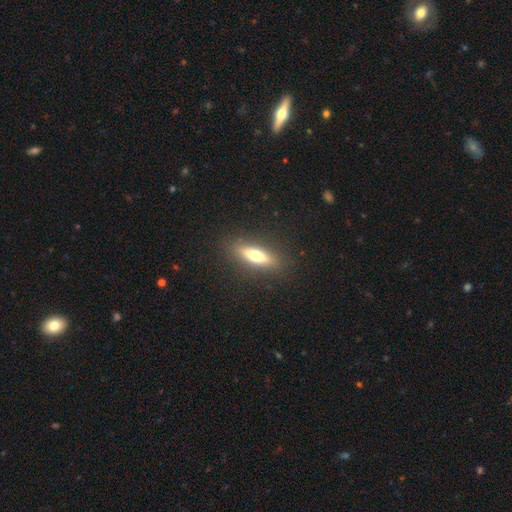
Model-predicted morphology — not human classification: This appears to be a smooth galaxy with no disk features (53%) that is cigar-shaped (65%). Merging: none (88%).